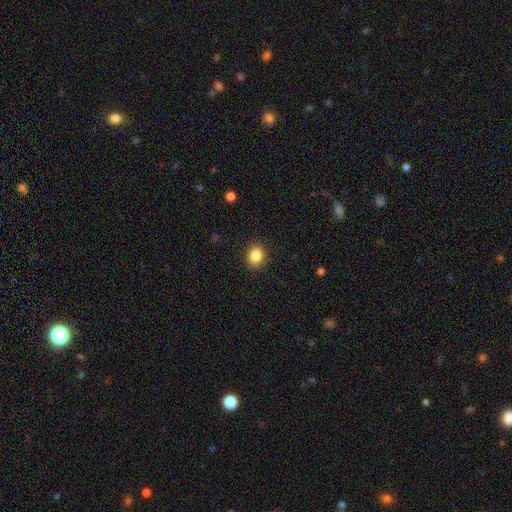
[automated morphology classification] Smooth or featured: smooth — 86% (star or artifact — 9%)
How rounded: round — 58% (in between — 41%)
Merging: none — 89% (minor disturbance — 8%)